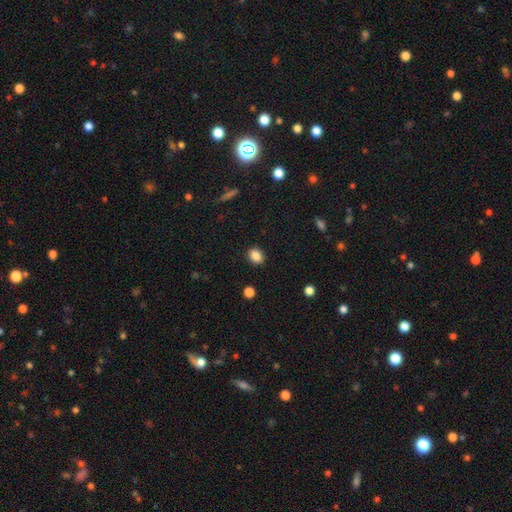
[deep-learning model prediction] This appears to be a smooth galaxy with no disk features (86%) that is in between round and cigar-shaped (54%). Merging: none (89%).